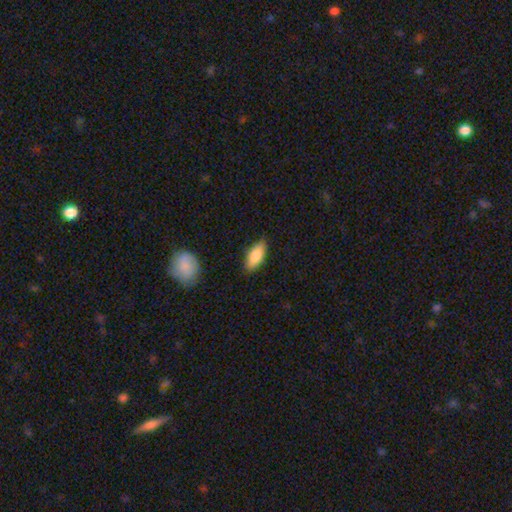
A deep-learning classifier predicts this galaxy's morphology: Q: Smooth or featured?
A: smooth (84%); runner-up: featured or disk (10%)
Q: How rounded?
A: in between (85%); runner-up: cigar-shaped (13%)
Q: Merging?
A: none (83%); runner-up: minor disturbance (13%)